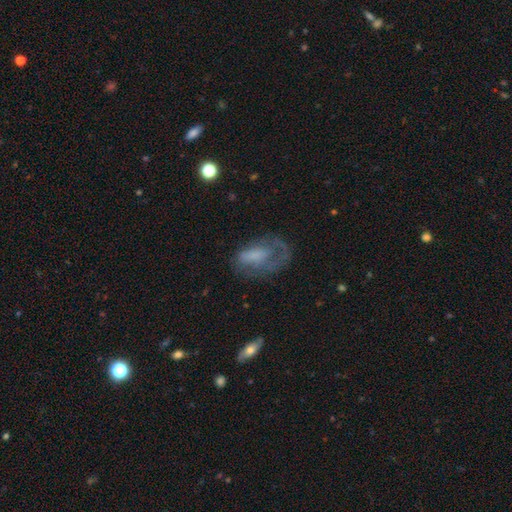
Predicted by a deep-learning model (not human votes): Q: Smooth or featured?
A: featured or disk (46%); runner-up: smooth (44%)
Q: Merging?
A: major disturbance (39%); runner-up: none (36%)